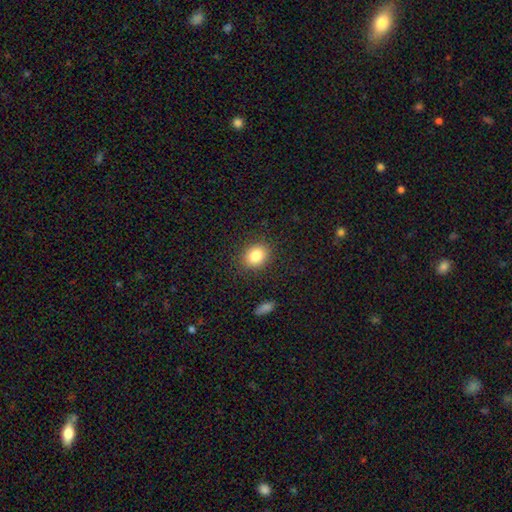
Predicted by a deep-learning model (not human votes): A smooth galaxy with no disk features (85%) that is round (50%).

Vote fractions:
- Smooth or featured? smooth: 85% / star or artifact: 9% / featured or disk: 6%
- How rounded? round: 50% / in between: 48% / cigar-shaped: 1%
- Merging? none: 86% / minor disturbance: 9% / major disturbance: 3% / merger: 1%